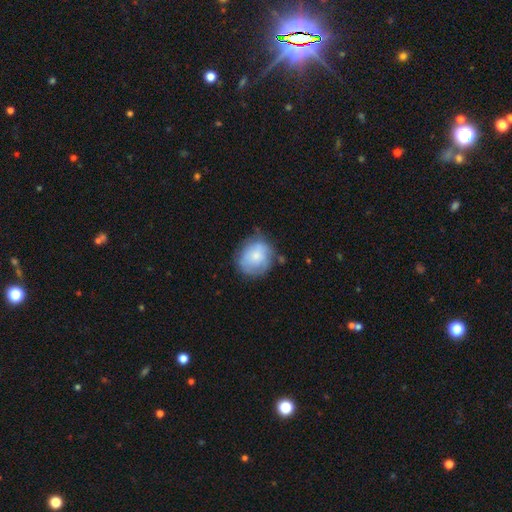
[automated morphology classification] Smooth or featured: smooth — 68% (featured or disk — 25%)
How rounded: round — 76% (in between — 23%)
Merging: none — 60% (minor disturbance — 28%)